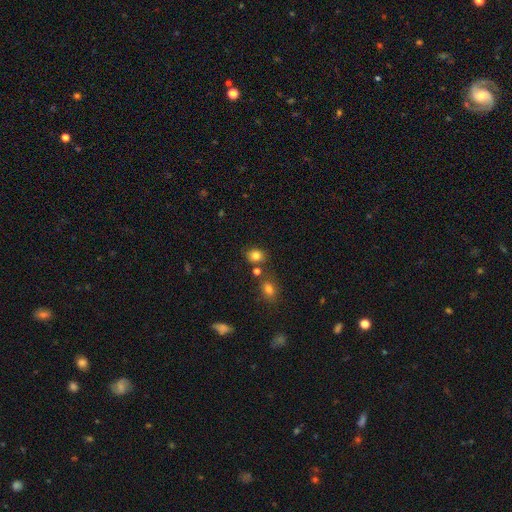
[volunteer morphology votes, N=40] This appears to be a smooth galaxy with no disk features (98%) that is round (72%). Merging: none (72%).